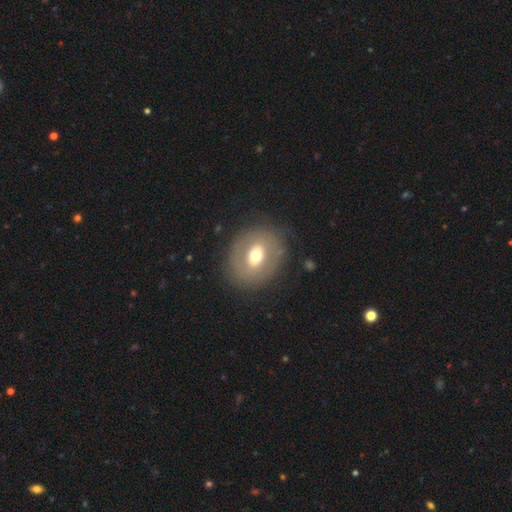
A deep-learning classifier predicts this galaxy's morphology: smooth_or_featured: smooth (p=0.46) [tied with: featured or disk p=0.46]
merging: none (p=0.78) [alt: minor disturbance p=0.13]